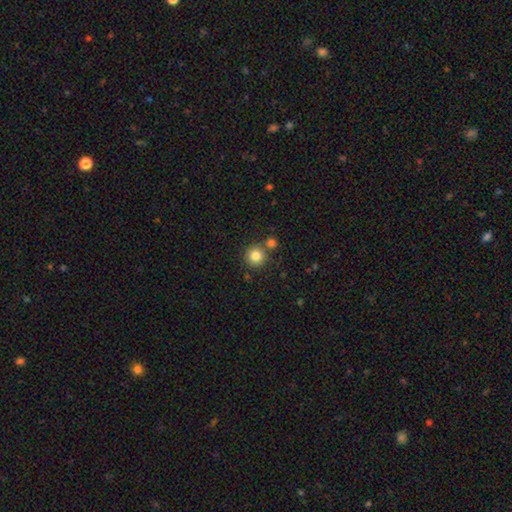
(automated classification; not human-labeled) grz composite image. It shows a smooth galaxy with no disk features (83%) that is round (94%). Merging: none (74%).